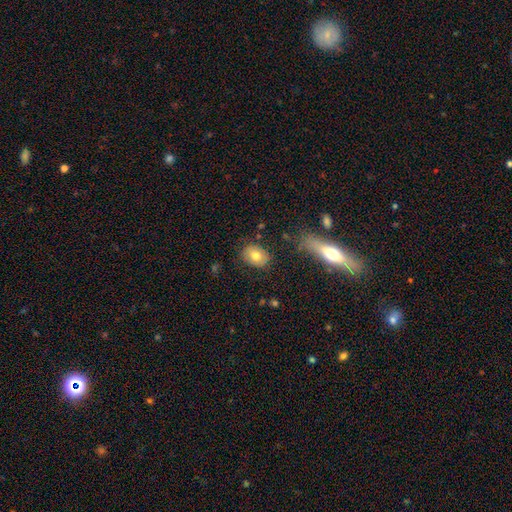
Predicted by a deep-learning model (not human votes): Smooth or featured? Predicted: smooth (p=0.76). How rounded? Predicted: in between (p=0.67). Merging? Predicted: none (p=0.82).